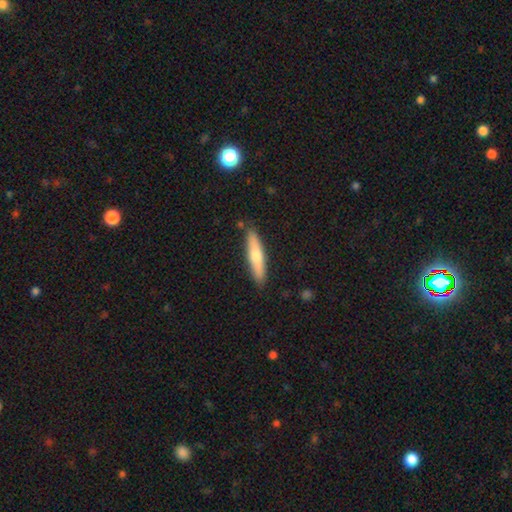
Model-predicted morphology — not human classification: The model was most divided on "smooth or featured": smooth: 54%, featured or disk: 40%, star or artifact: 6%. More confident: merging — none (88%); how rounded — cigar-shaped (84%).